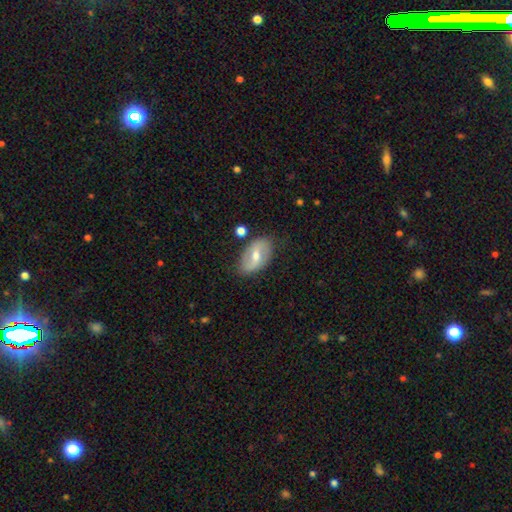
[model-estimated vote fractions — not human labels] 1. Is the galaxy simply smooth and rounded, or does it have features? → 59% featured or disk, 34% smooth, 7% star or artifact.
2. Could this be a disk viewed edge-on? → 94% no, 6% yes.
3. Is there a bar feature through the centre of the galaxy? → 46% weak, 31% strong, 23% no.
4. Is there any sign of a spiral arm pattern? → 74% yes, 26% no.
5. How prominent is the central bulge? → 62% moderate, 32% small, 3% large, 2% none, 1% dominant.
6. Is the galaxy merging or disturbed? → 78% none, 16% minor disturbance, 4% major disturbance, 3% merger.